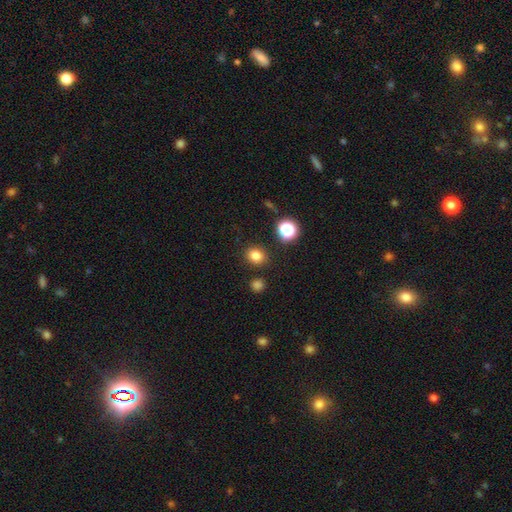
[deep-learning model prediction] Smooth or featured? Predicted: smooth (p=0.80). How rounded? Predicted: round (p=0.69). Merging? Predicted: none (p=0.86).